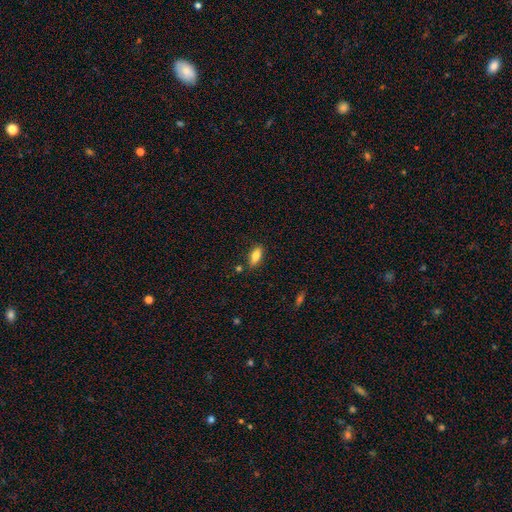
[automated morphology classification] smooth-or-featured: smooth: 80% | featured or disk: 13% | star or artifact: 7%
  how-rounded: in between: 79% | cigar-shaped: 19% | round: 3%
  merging: none: 83% | minor disturbance: 11% | merger: 4% | major disturbance: 2%